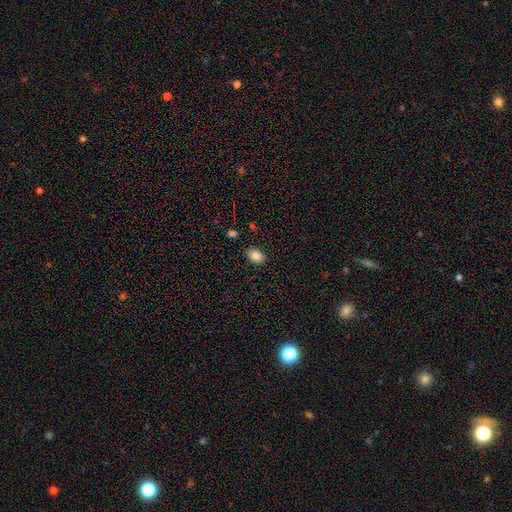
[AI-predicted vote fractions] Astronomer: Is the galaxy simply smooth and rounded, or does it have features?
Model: smooth — 84%.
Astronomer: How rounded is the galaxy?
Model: in between — 80%.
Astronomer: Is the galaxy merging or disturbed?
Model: none — 87%.